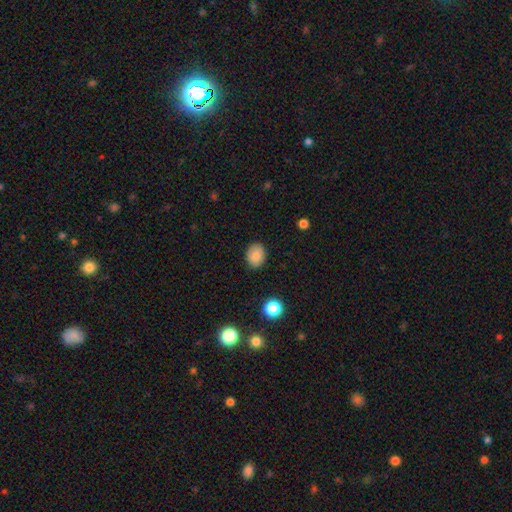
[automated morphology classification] This appears to be a smooth galaxy with no disk features (84%) that is in between round and cigar-shaped (56%). Merging: none (87%).